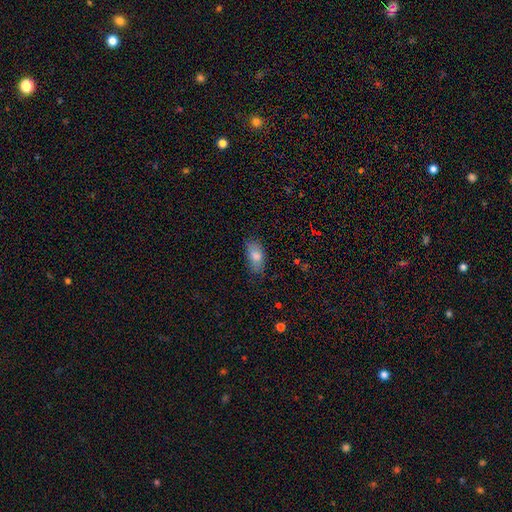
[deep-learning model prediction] A smooth galaxy with no disk features (81%) that is in between round and cigar-shaped (90%).

Vote fractions:
- Smooth or featured? smooth: 81% / featured or disk: 11% / star or artifact: 8%
- How rounded? in between: 90% / cigar-shaped: 6% / round: 4%
- Merging? none: 70% / minor disturbance: 23% / major disturbance: 5% / merger: 1%